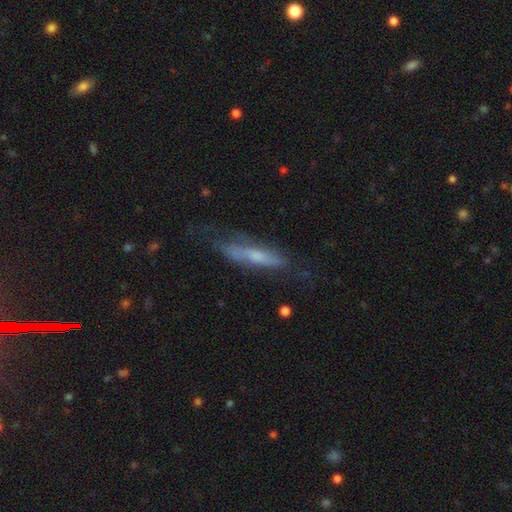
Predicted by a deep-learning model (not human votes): featured or disk 51%, smooth 40%, star or artifact 9%. Down the decision tree: edge-on disk — yes (66%); merging — none (55%).